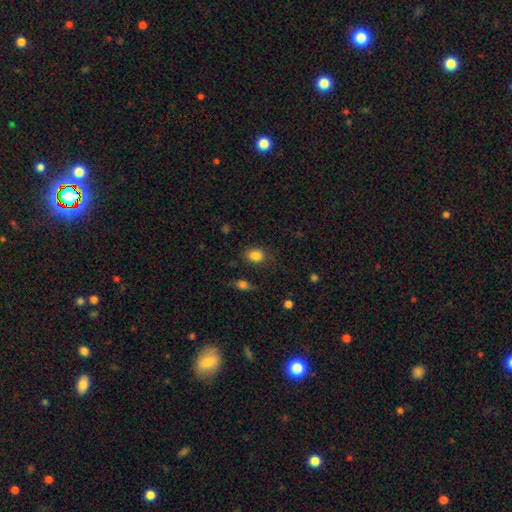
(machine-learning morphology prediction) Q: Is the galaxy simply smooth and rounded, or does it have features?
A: smooth — 84%.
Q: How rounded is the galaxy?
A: in between — 60%.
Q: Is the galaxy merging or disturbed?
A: none — 73%.